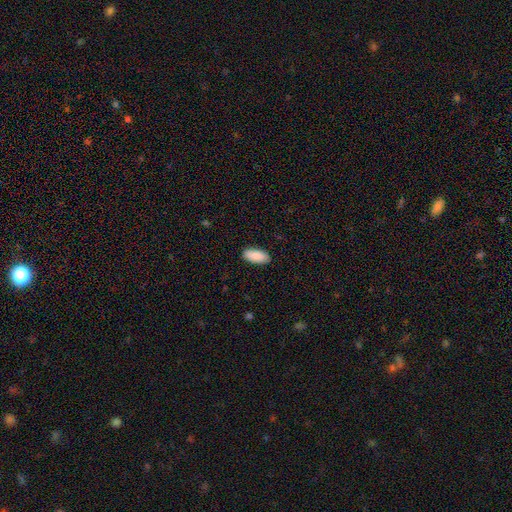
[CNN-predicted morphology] Q: Smooth or featured?
A: smooth (90%); runner-up: star or artifact (6%)
Q: How rounded?
A: in between (90%); runner-up: cigar-shaped (8%)
Q: Merging?
A: none (89%); runner-up: minor disturbance (8%)